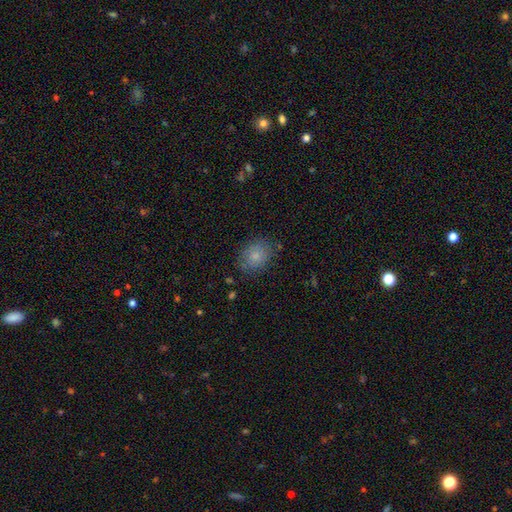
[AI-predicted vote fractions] A smooth galaxy with no disk features (81%) that is in between round and cigar-shaped (50%). Merging: none (79%).